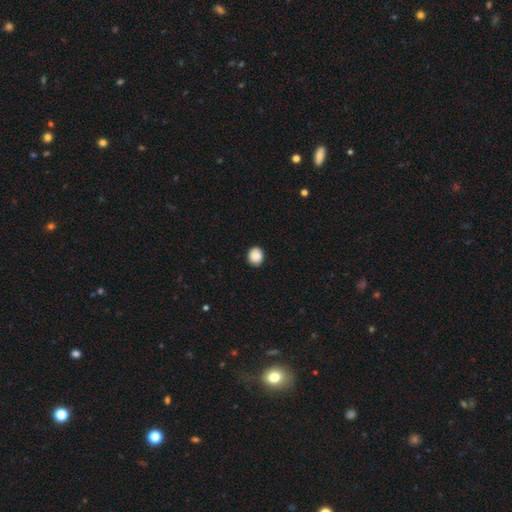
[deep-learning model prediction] smooth_or_featured: smooth (p=0.89) [alt: star or artifact p=0.08]
how_rounded: round (p=0.74) [alt: in between p=0.25]
merging: none (p=0.90) [alt: minor disturbance p=0.08]